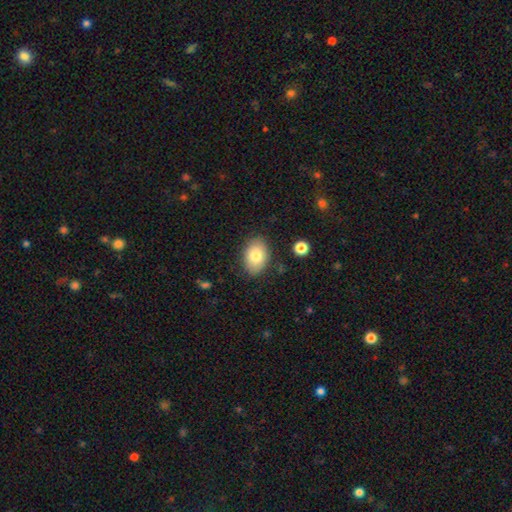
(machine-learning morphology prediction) smooth 80%, featured or disk 12%, star or artifact 8%. Down the decision tree: how rounded — in between (83%); merging — none (83%).